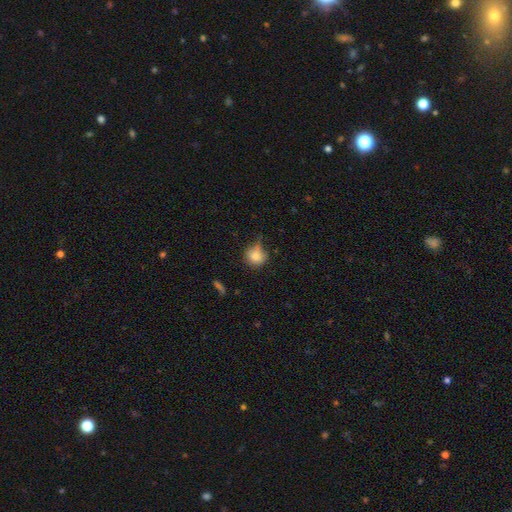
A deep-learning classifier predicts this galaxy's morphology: Smooth or featured?
  - smooth: 80% *
  - star or artifact: 10%
  - featured or disk: 10%
How rounded?
  - round: 88% *
  - in between: 10%
  - cigar-shaped: 1%
Merging?
  - none: 58% *
  - minor disturbance: 30%
  - major disturbance: 9%
  - merger: 4%